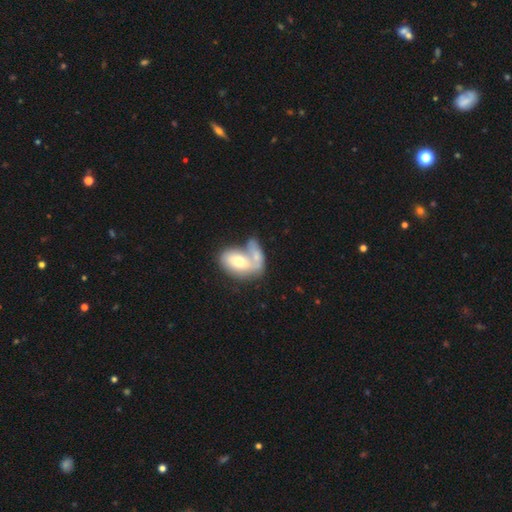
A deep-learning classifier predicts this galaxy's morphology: smooth 60%, featured or disk 33%, star or artifact 6%. Down the decision tree: how rounded — in between (82%); merging — merger (67%).